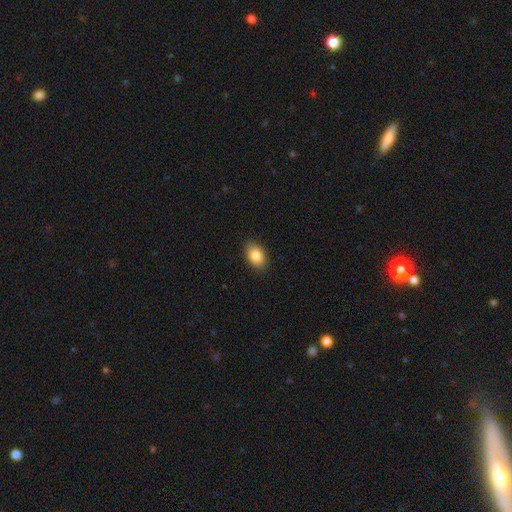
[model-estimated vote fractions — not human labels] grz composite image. It shows a smooth galaxy with no disk features (85%) that is in between round and cigar-shaped (88%). Merging: none (89%).